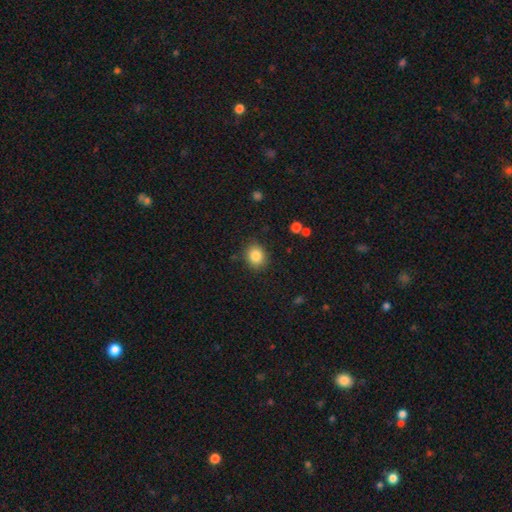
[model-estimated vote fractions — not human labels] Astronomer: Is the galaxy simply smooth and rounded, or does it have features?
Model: smooth — 85%.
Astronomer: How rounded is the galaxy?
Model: round — 71%.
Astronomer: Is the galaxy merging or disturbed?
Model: none — 87%.